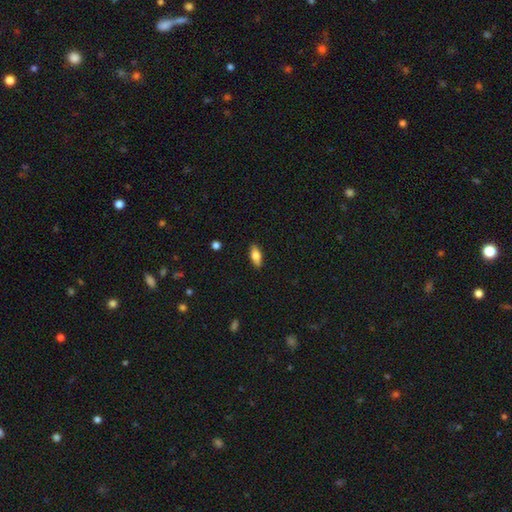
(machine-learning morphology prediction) A smooth galaxy with no disk features (73%) that is in between round and cigar-shaped (78%). Merging: none (89%).